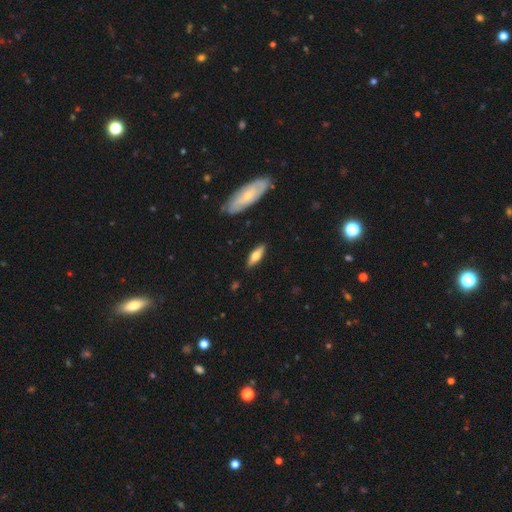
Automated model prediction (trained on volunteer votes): This is possibly a smooth galaxy (55%). How rounded: possibly in between (55%). Merging: clearly none (85%).